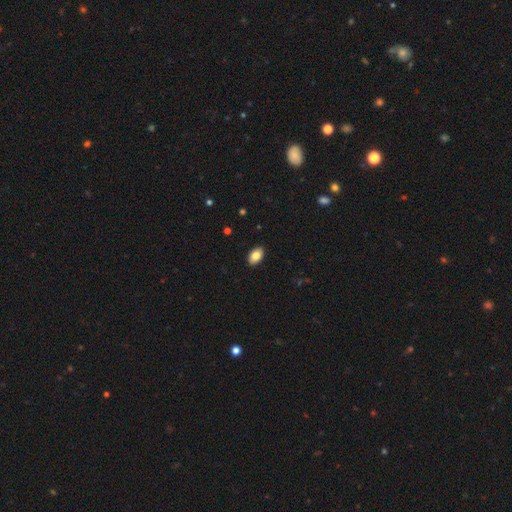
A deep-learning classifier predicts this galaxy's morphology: A smooth galaxy with no disk features (84%) that is in between round and cigar-shaped (91%).

Vote fractions:
- Smooth or featured? smooth: 84% / featured or disk: 9% / star or artifact: 7%
- How rounded? in between: 91% / round: 8% / cigar-shaped: 1%
- Merging? none: 90% / minor disturbance: 7% / major disturbance: 2% / merger: 1%